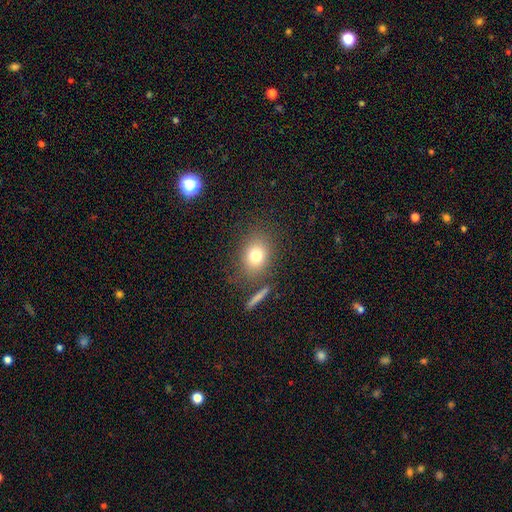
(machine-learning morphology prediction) Smooth or featured: smooth — 76% (featured or disk — 12%)
How rounded: round — 51% (in between — 47%)
Merging: none — 77% (minor disturbance — 12%)